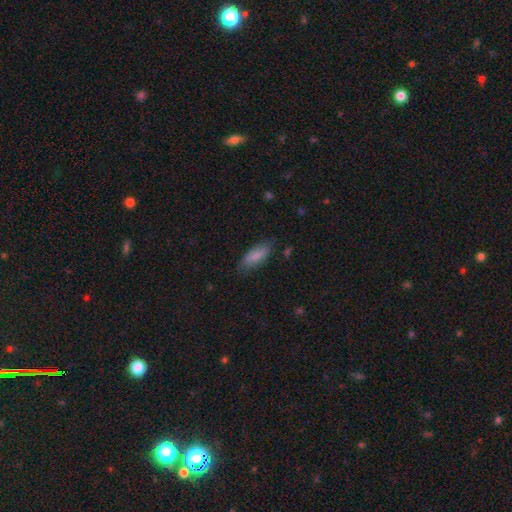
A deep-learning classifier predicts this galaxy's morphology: The model was most divided on "how rounded": in between: 67%, cigar-shaped: 31%, round: 2%. More confident: smooth or featured — smooth (83%); merging — none (76%).